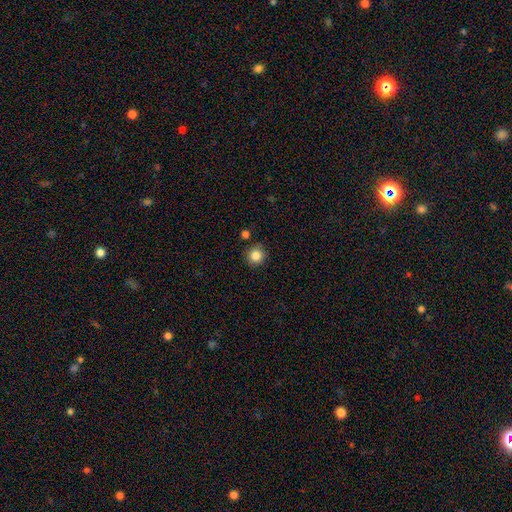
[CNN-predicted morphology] Smooth or featured?
  - smooth: 84% *
  - star or artifact: 11%
  - featured or disk: 5%
How rounded?
  - round: 93% *
  - in between: 6%
  - cigar-shaped: 1%
Merging?
  - none: 88% *
  - minor disturbance: 7%
  - merger: 3%
  - major disturbance: 2%